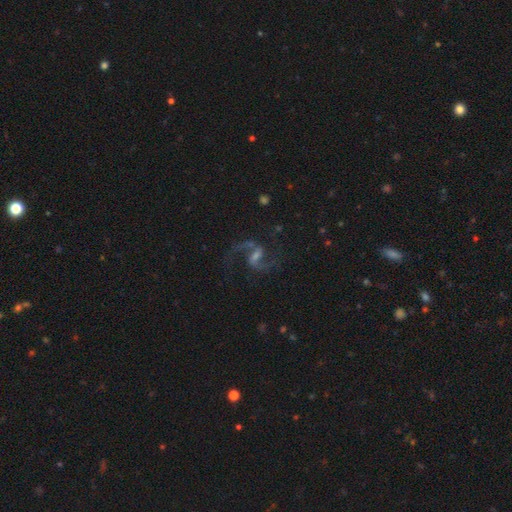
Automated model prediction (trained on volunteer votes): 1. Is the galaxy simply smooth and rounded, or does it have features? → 90% featured or disk, 6% star or artifact, 3% smooth.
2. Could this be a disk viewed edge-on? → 98% no, 2% yes.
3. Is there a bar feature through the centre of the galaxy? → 53% weak, 31% strong, 16% no.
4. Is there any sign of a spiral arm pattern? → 98% yes, 2% no.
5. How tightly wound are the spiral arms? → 53% loose, 42% medium, 5% tight.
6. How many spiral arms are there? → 94% 2, 1% 1, 1% can't tell, 1% 3, 1% 4, 1% more than 4.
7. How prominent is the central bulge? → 44% small, 29% moderate, 21% none, 4% large, 1% dominant.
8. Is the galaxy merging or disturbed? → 79% none, 12% minor disturbance, 7% major disturbance, 2% merger.